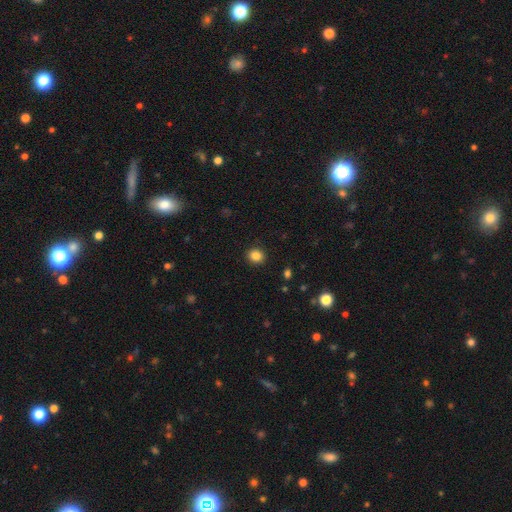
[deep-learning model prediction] Overall: smooth (85%). How rounded: round (75%). Merging: none (91%).